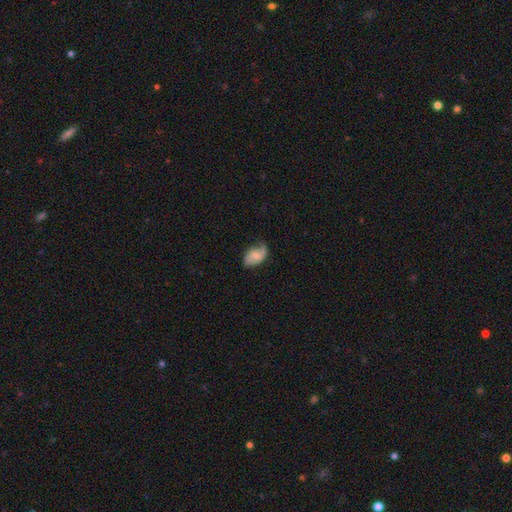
This is possibly a featured or disk galaxy (50%). It is clearly not viewed edge-on (95%). Bar: possibly weak (58%). Spiral arm pattern: clearly yes (100%). Spiral arm count: likely 2 (63%). Spiral winding: marginally medium (42%, tied with loose). Central bulge: likely small (63%). Merging: possibly none (49%).